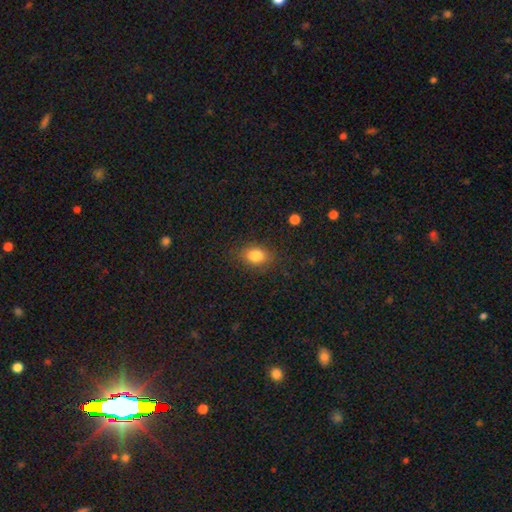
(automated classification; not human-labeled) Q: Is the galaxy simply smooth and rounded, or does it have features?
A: smooth — 82%.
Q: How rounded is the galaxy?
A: in between — 68%.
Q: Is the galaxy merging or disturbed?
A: none — 83%.